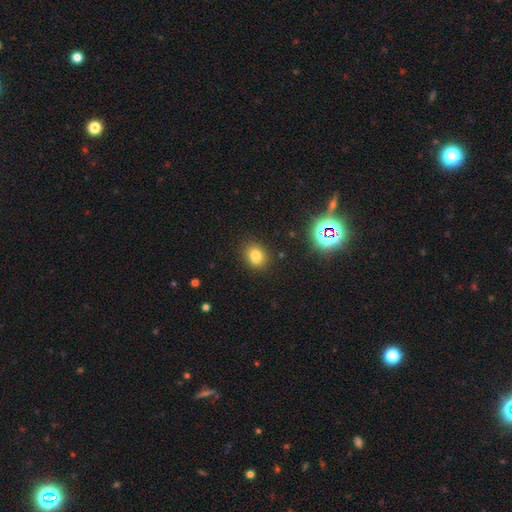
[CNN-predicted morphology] smooth 74%, star or artifact 16%, featured or disk 10%. Down the decision tree: how rounded — round (58%); merging — none (69%).